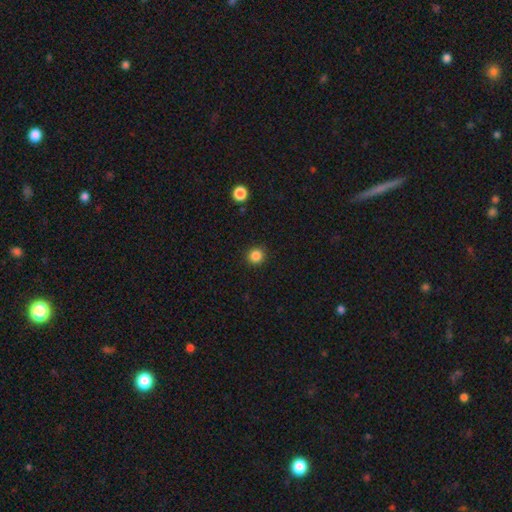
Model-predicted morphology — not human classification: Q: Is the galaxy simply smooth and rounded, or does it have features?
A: smooth — 85%.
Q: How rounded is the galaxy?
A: round — 93%.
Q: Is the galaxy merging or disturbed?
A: none — 92%.